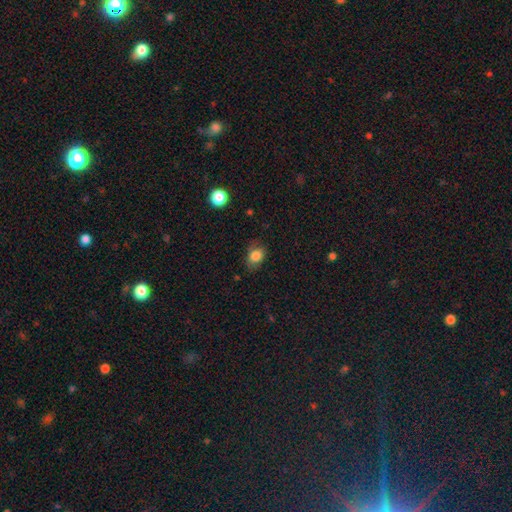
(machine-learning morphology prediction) Smooth or featured?
  - smooth: 82% *
  - star or artifact: 9%
  - featured or disk: 9%
How rounded?
  - in between: 69% *
  - round: 30%
  - cigar-shaped: 1%
Merging?
  - none: 69% *
  - minor disturbance: 23%
  - major disturbance: 6%
  - merger: 1%